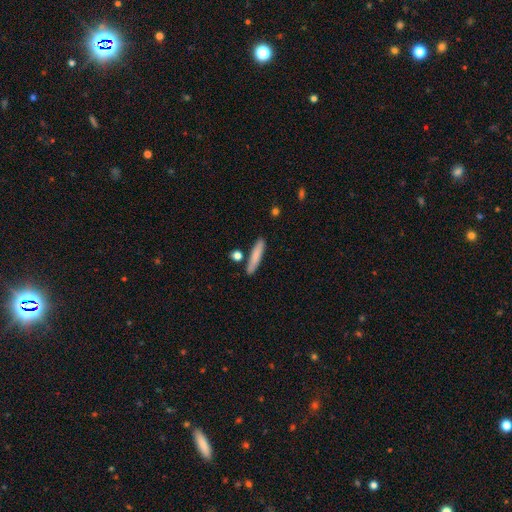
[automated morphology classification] This is clearly a smooth galaxy (80%). How rounded: clearly cigar-shaped (88%). Merging: clearly none (84%).